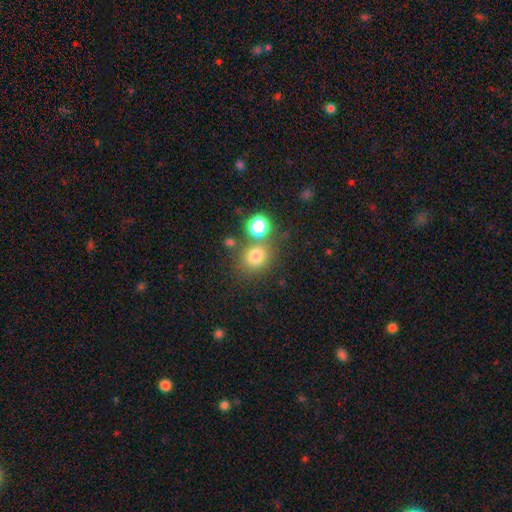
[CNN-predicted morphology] Smooth or featured? smooth (77%)
How rounded? round (74%)
Merging? none (63%)